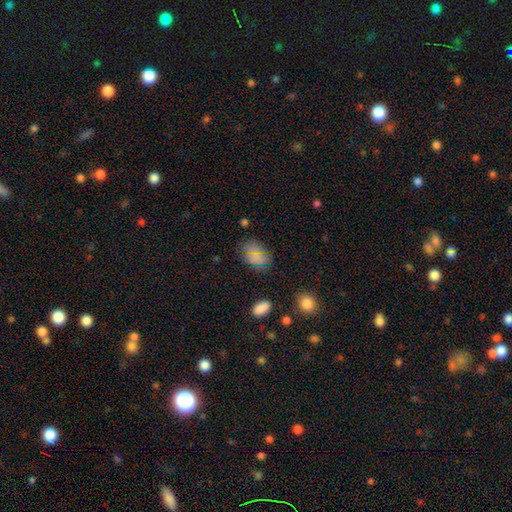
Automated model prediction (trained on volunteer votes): Smooth or featured? smooth (74%)
How rounded? in between (79%)
Merging? none (80%)